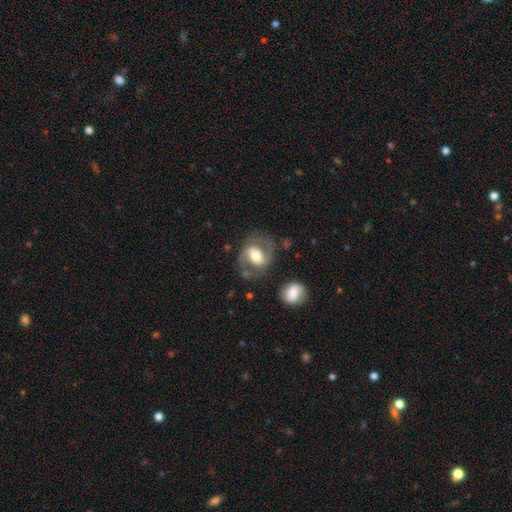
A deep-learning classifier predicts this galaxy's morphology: smooth-or-featured: featured or disk: 63% | smooth: 31% | star or artifact: 6%
  disk-edge-on: no: 95% | yes: 5%
    bar: strong: 37% | weak: 36% | no: 27%
    has-spiral-arms: yes: 74% | no: 26%
    bulge-size: moderate: 63% | large: 23% | small: 11% | dominant: 2% | none: 1%
  merging: none: 67% | minor disturbance: 17% | major disturbance: 11% | merger: 4%